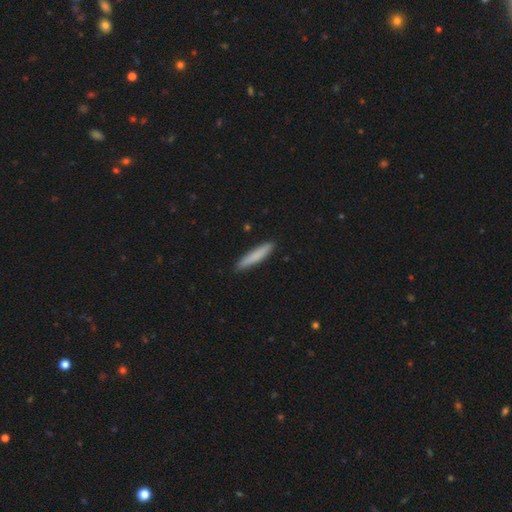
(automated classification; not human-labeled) A smooth galaxy with no disk features (81%) that is cigar-shaped (92%). Merging: none (90%).